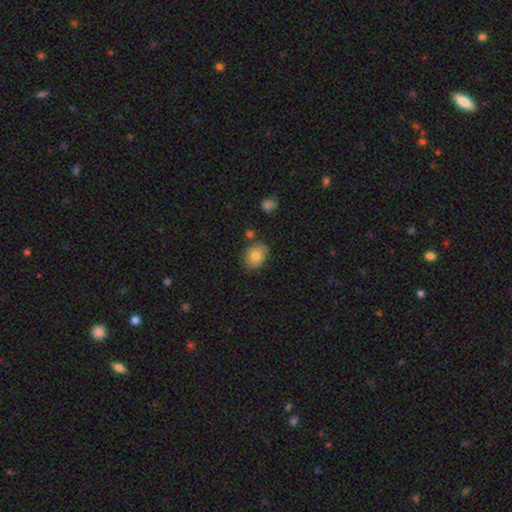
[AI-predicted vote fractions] Smooth or featured: smooth — 75% (featured or disk — 16%)
How rounded: round — 50% (in between — 49%)
Merging: none — 76% (minor disturbance — 16%)